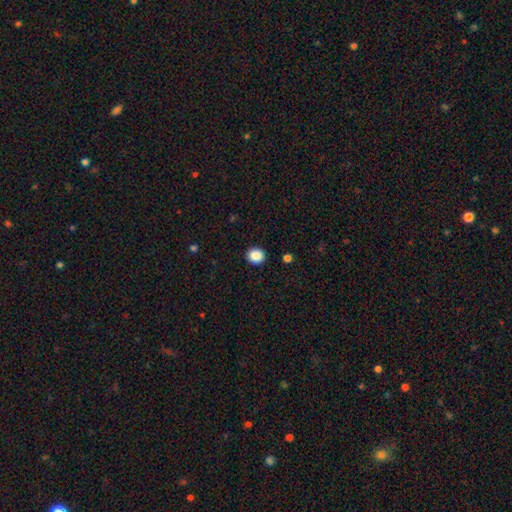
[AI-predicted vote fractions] A smooth galaxy with no disk features (88%) that is round (82%). Merging: none (92%).